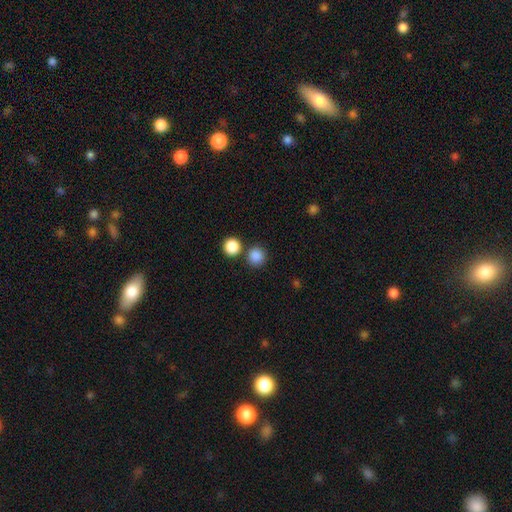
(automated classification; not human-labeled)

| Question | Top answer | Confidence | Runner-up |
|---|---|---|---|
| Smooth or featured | smooth | 86% | star or artifact (11%) |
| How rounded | round | 92% | in between (7%) |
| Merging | none | 77% | merger (14%) |